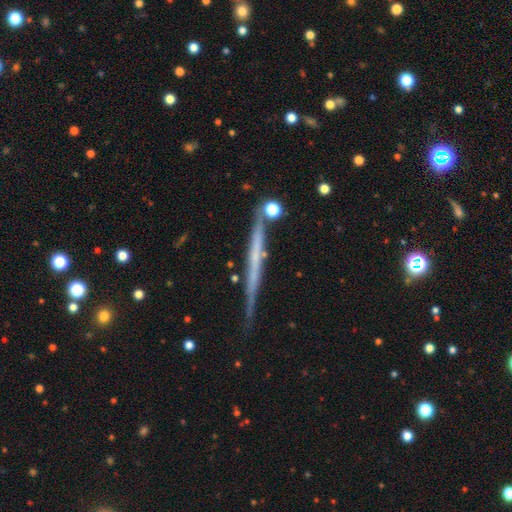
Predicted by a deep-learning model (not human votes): Overall: featured or disk (63%; smooth 30%). Edge-on disk: yes (97%). Edge-on bulge: none (87%). Merging: none (80%).